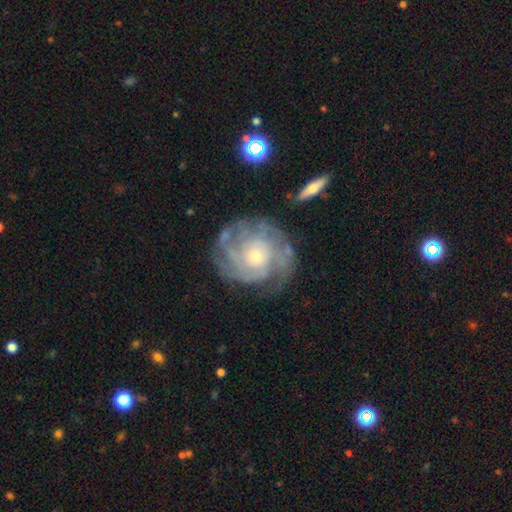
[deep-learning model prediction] smooth-or-featured: featured or disk: 80% | smooth: 14% | star or artifact: 7%
  disk-edge-on: no: 97% | yes: 3%
    bar: no: 80% | weak: 16% | strong: 3%
    has-spiral-arms: yes: 88% | no: 12%
      spiral-winding: tight: 63% | medium: 27% | loose: 10%
      spiral-arm-count: can't tell: 43% | 3: 15% | 2: 14% | 4: 13% | more than 4: 8% | 1: 6%
    bulge-size: small: 65% | moderate: 28% | large: 4% | none: 2% | dominant: 1%
  merging: none: 68% | minor disturbance: 18% | major disturbance: 11% | merger: 3%